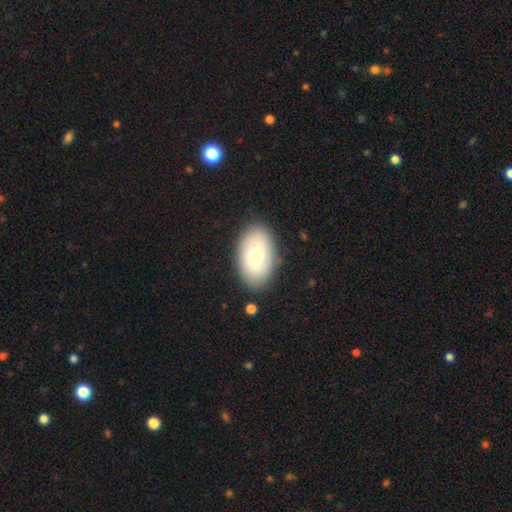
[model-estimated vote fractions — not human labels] Smooth or featured? Predicted: smooth (p=0.69). How rounded? Predicted: in between (p=0.92). Merging? Predicted: none (p=0.85).